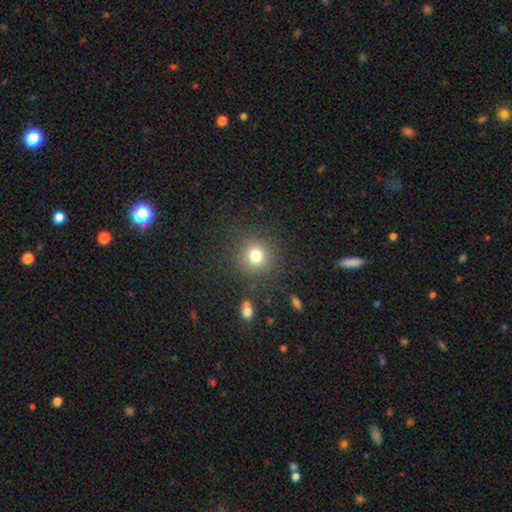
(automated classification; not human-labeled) A smooth galaxy with no disk features (78%) that is round (92%). Merging: none (87%).